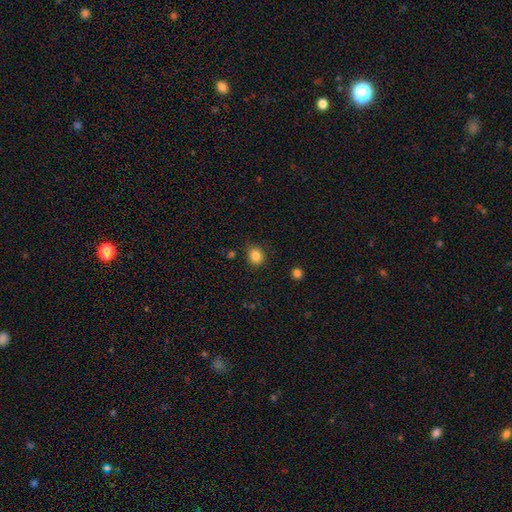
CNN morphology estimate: A smooth galaxy with no disk features (85%) that is round (75%).

Vote fractions:
- Smooth or featured? smooth: 85% / star or artifact: 11% / featured or disk: 5%
- How rounded? round: 75% / in between: 24% / cigar-shaped: 1%
- Merging? none: 86% / minor disturbance: 9% / major disturbance: 3% / merger: 2%